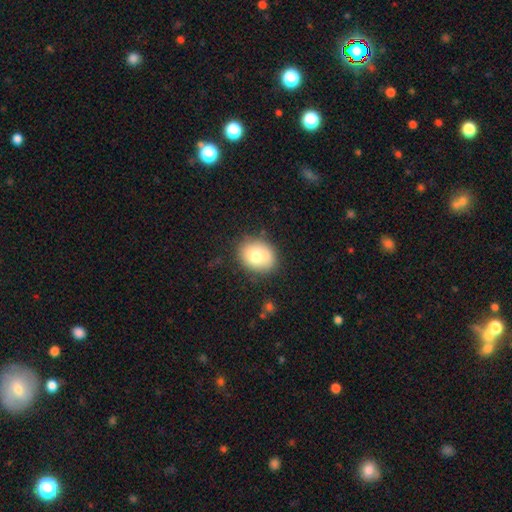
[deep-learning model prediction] Smooth or featured? Predicted: smooth (p=0.74). How rounded? Predicted: round (p=0.51). Merging? Predicted: none (p=0.74).